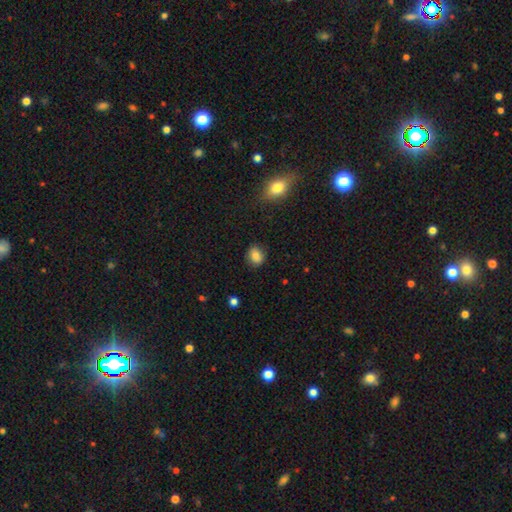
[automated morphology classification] Smooth or featured: smooth — 83% (star or artifact — 9%)
How rounded: round — 55% (in between — 44%)
Merging: none — 86% (minor disturbance — 11%)